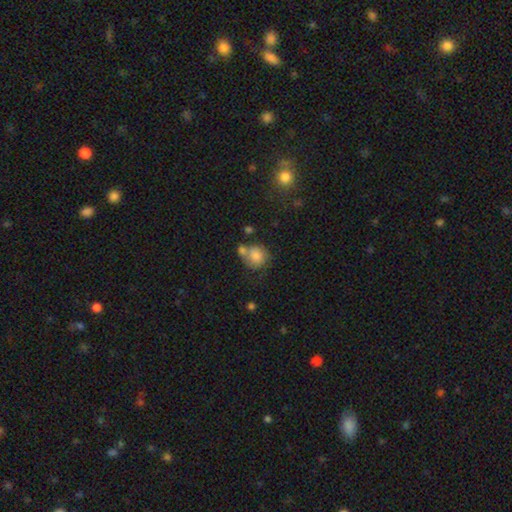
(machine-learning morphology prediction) Smooth or featured? smooth (79%)
How rounded? round (76%)
Merging? none (43%)